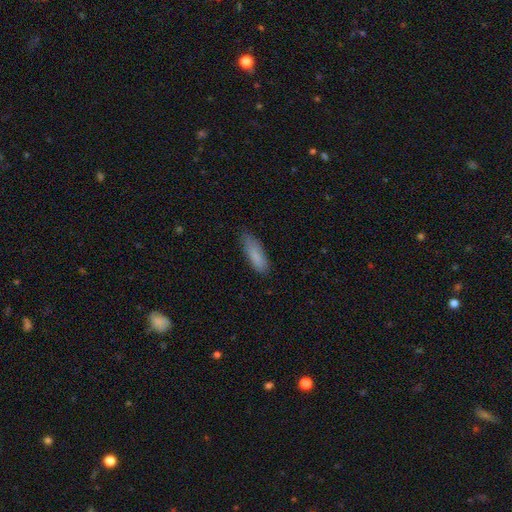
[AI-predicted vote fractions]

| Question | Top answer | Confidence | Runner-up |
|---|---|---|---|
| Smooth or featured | smooth | 83% | featured or disk (11%) |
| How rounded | in between | 49% | tied: cigar-shaped (49%) |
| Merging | none | 73% | minor disturbance (21%) |